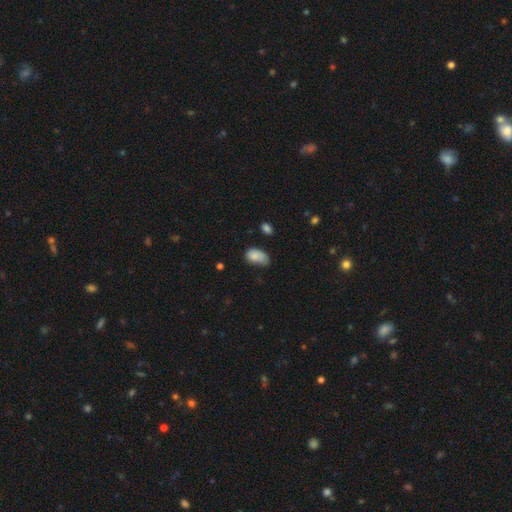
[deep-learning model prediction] Overall: smooth (83%). How rounded: in between (91%). Merging: minor disturbance (43%; none 39%).